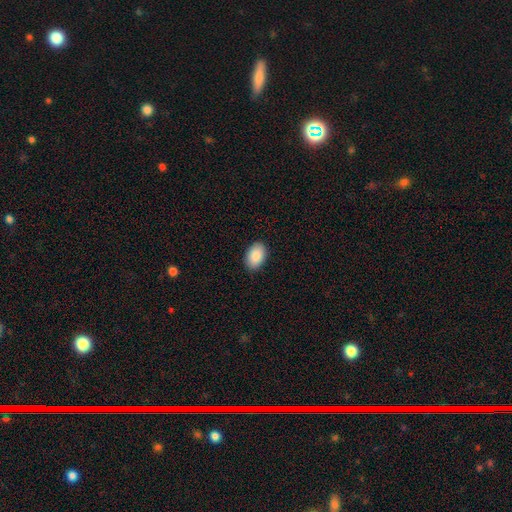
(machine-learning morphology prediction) Smooth or featured?
  - smooth: 89% *
  - star or artifact: 6%
  - featured or disk: 4%
How rounded?
  - in between: 89% *
  - round: 10%
  - cigar-shaped: 1%
Merging?
  - none: 89% *
  - minor disturbance: 8%
  - major disturbance: 2%
  - merger: 1%